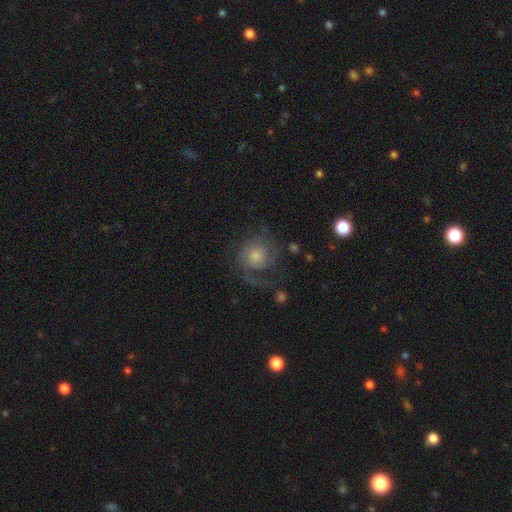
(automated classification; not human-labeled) Morphology: type=featured or disk (70%); edge-on=no (98%); bar=no (76%); spiral arms=yes (92%); winding=medium (40%); arm count=2 (41%); bulge=moderate (43%); merging=none (63%).